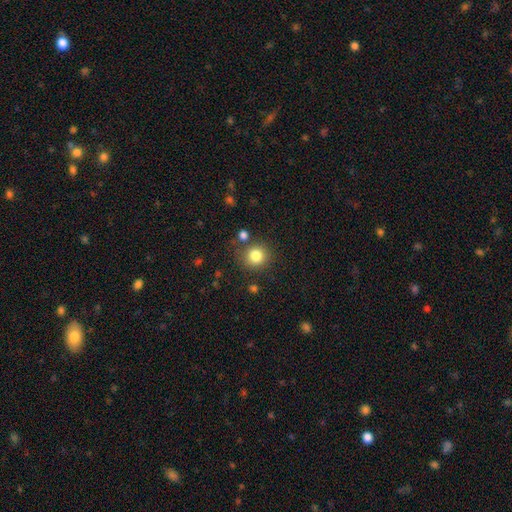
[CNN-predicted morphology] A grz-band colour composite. It shows a smooth galaxy with no disk features (82%) that is round (89%). Merging: none (82%).